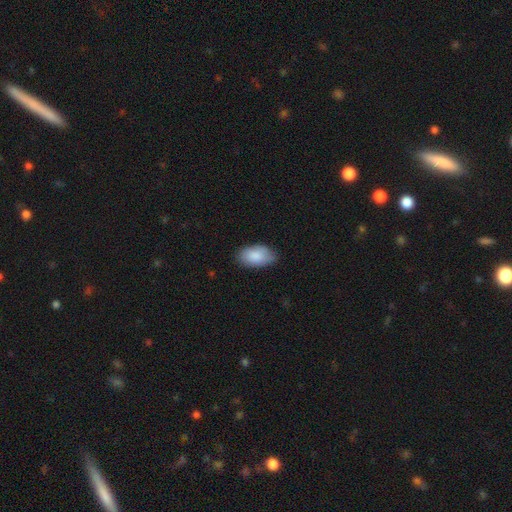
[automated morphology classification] Smooth or featured: smooth — 86% (featured or disk — 8%)
How rounded: in between — 94% (round — 4%)
Merging: none — 74% (minor disturbance — 21%)